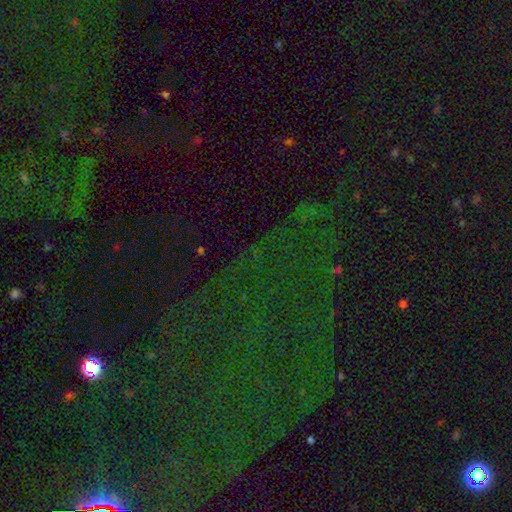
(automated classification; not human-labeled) Overall: star or artifact (79%).